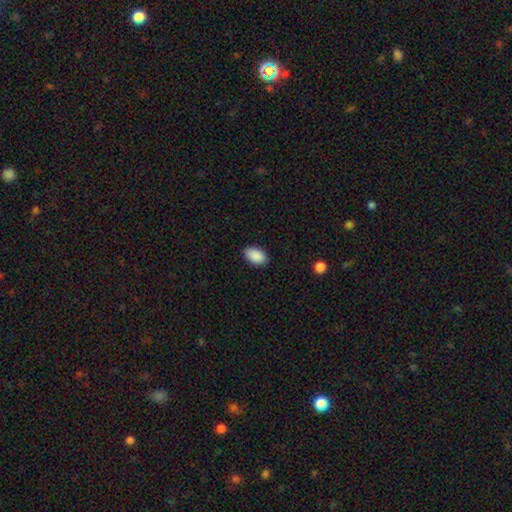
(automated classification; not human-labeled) Morphology: type=smooth (91%); roundness=in between (92%); merging=none (89%).